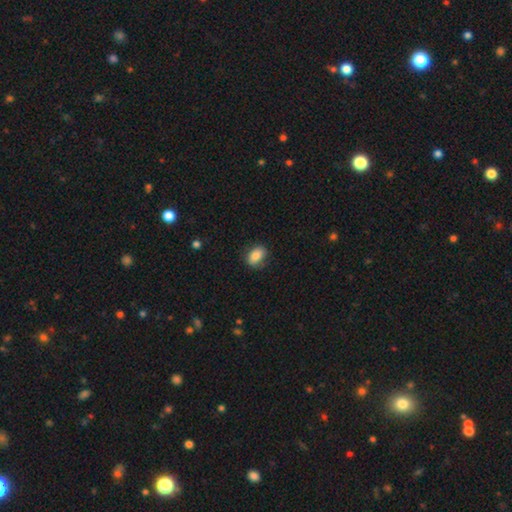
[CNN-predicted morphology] Q: Smooth or featured?
A: smooth (83%); runner-up: featured or disk (9%)
Q: How rounded?
A: in between (83%); runner-up: round (15%)
Q: Merging?
A: none (76%); runner-up: minor disturbance (18%)